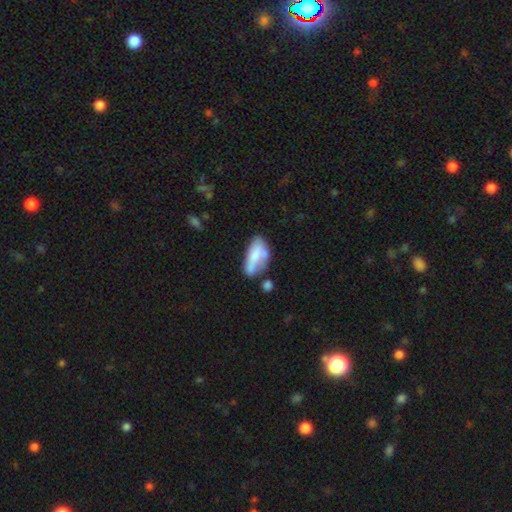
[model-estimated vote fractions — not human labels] A smooth galaxy with no disk features (68%) that is in between round and cigar-shaped (87%). Merging: none (37%).